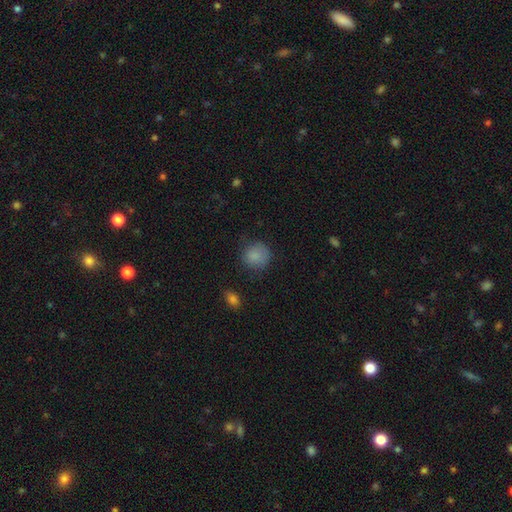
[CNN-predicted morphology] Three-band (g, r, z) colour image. It shows a smooth galaxy with no disk features (84%) that is round (87%). Merging: none (71%).